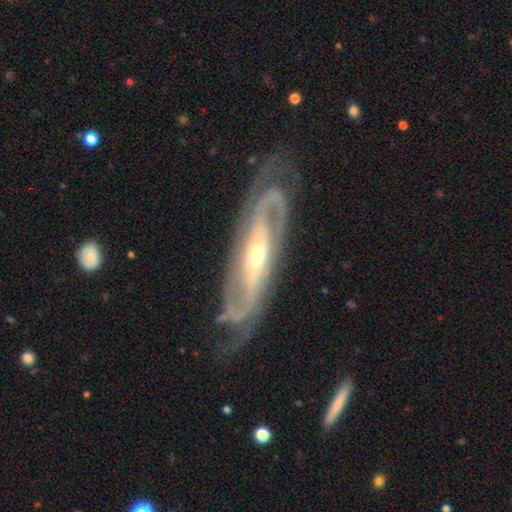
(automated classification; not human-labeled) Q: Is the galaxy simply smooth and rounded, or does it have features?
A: featured or disk — 86%.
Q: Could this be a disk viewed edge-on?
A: no — 81%.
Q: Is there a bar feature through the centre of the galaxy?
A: no — 52%.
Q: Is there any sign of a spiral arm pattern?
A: yes — 88%.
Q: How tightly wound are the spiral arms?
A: tight — 44%.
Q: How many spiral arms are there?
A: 2 — 71%.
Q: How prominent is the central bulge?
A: moderate — 50%.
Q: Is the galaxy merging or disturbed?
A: none — 71%.